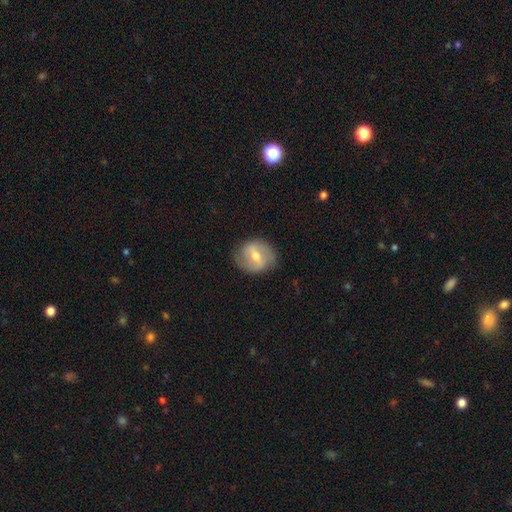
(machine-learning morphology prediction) This is possibly a featured or disk galaxy (58%). It is clearly not viewed edge-on (94%). Bar: marginally strong (43%, tied with weak). Spiral arm pattern: likely yes (62%). Central bulge: likely moderate (60%). Merging: clearly none (82%).